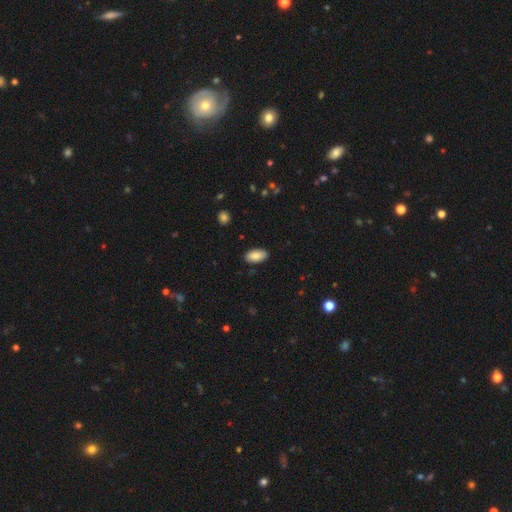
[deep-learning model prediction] smooth-or-featured: smooth: 87% | star or artifact: 6% | featured or disk: 6%
  how-rounded: in between: 93% | cigar-shaped: 5% | round: 2%
  merging: none: 88% | minor disturbance: 9% | major disturbance: 2% | merger: 1%